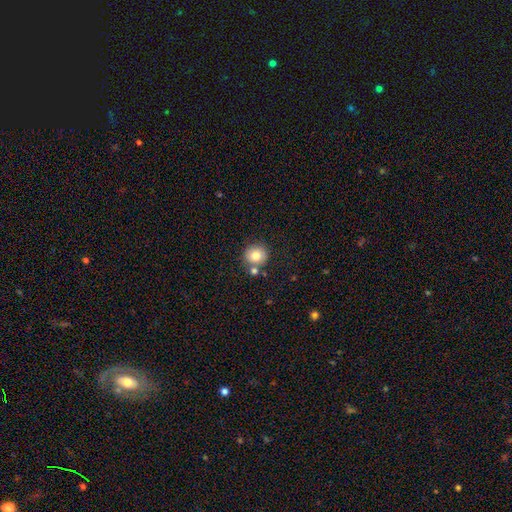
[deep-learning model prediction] smooth 82%, star or artifact 10%, featured or disk 9%. Down the decision tree: how rounded — round (91%); merging — none (72%).